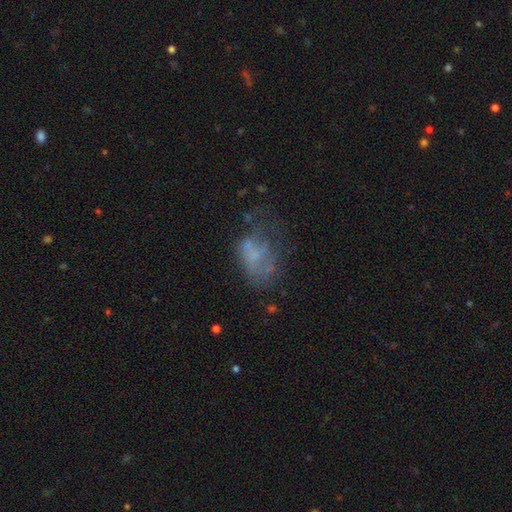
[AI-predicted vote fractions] A smooth galaxy with no disk features (44%).

Vote fractions:
- Smooth or featured? smooth: 44% / featured or disk: 37% / star or artifact: 19%
- Merging? none: 39% / major disturbance: 32% / minor disturbance: 24% / merger: 6%